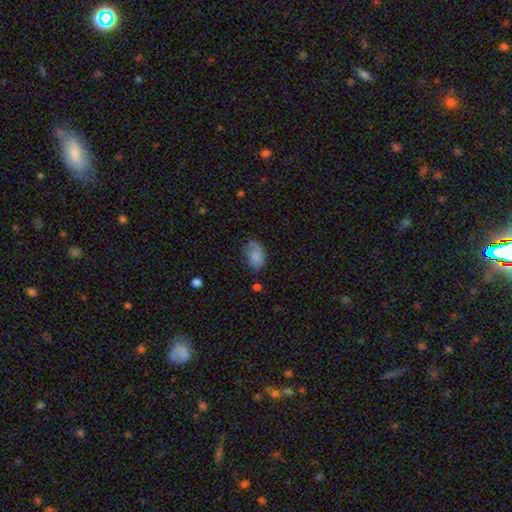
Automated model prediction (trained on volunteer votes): This is clearly a smooth galaxy (81%). How rounded: clearly in between (90%). Merging: possibly none (59%).